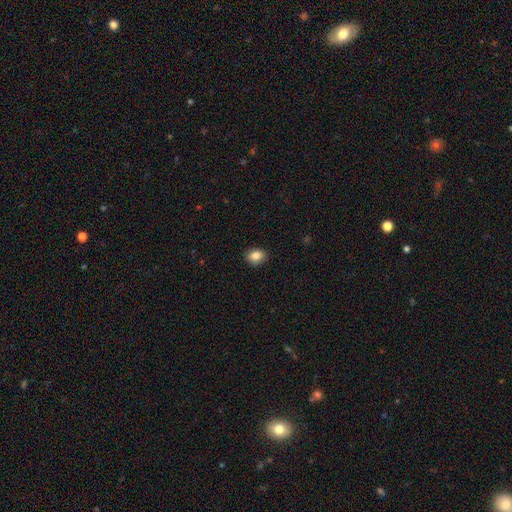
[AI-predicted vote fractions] Smooth or featured: smooth — 84% (star or artifact — 9%)
How rounded: in between — 54% (round — 45%)
Merging: none — 88% (minor disturbance — 9%)